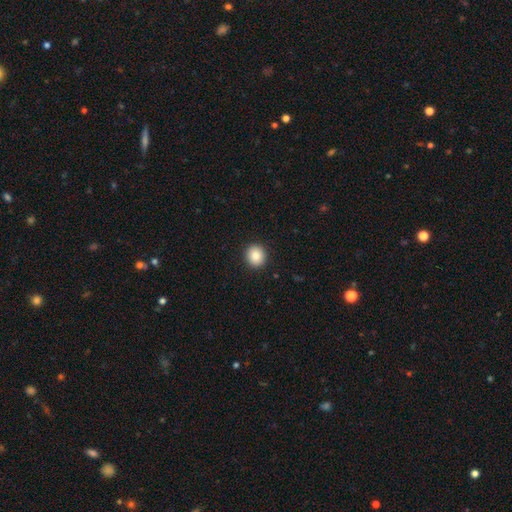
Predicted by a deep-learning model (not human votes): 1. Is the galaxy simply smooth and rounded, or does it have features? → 87% smooth, 9% star or artifact, 5% featured or disk.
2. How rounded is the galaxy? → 87% round, 12% in between, 1% cigar-shaped.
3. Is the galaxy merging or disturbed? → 92% none, 5% minor disturbance, 2% major disturbance, 1% merger.